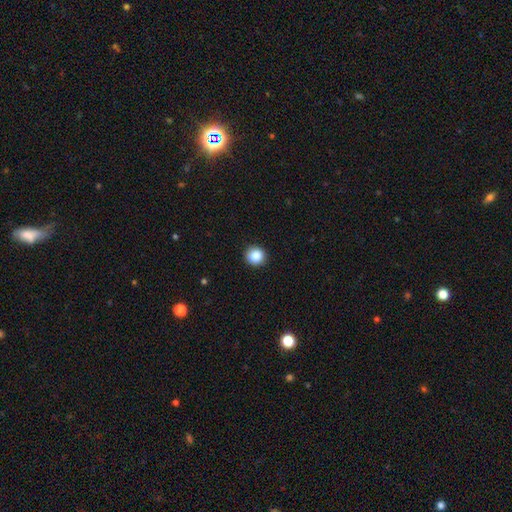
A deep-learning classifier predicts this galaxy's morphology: This appears to be a smooth galaxy with no disk features (86%) that is round (92%). Merging: none (92%).